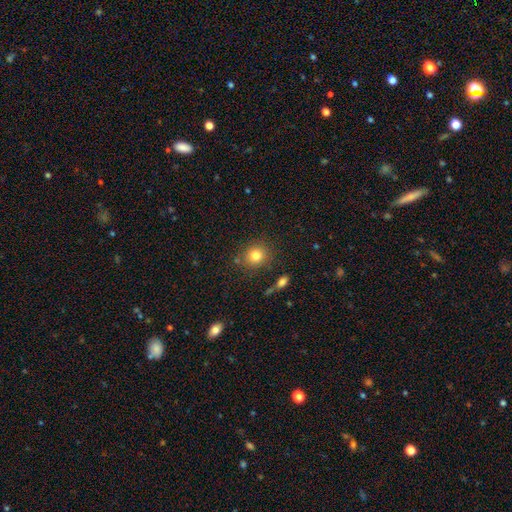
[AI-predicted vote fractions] This is clearly a smooth galaxy (80%). How rounded: clearly round (80%). Merging: clearly none (81%).